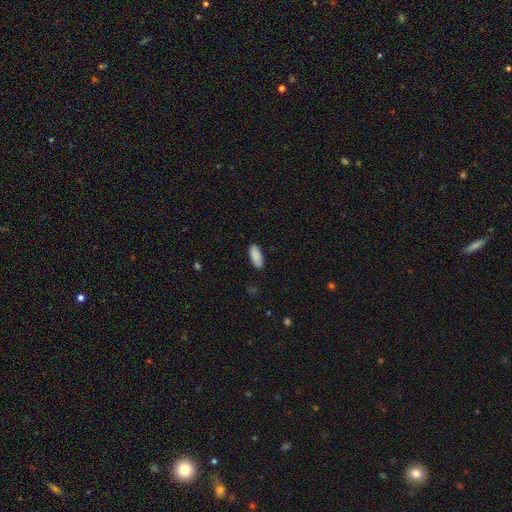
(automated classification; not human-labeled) Morphology: type=smooth (90%); roundness=in between (82%); merging=none (88%).